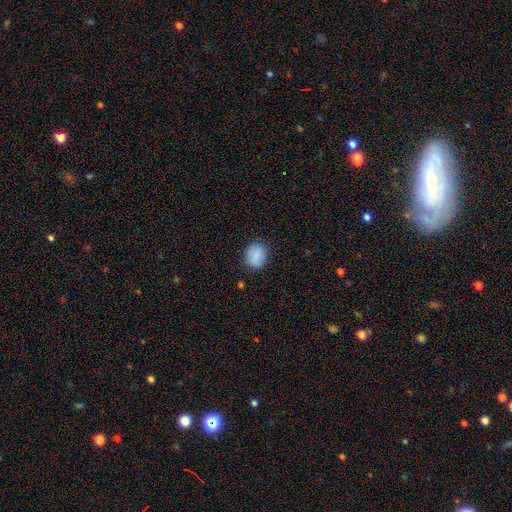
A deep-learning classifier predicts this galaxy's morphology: The model was most divided on "how rounded": round: 54%, in between: 45%, cigar-shaped: 1%. More confident: smooth or featured — smooth (86%); merging — none (79%).